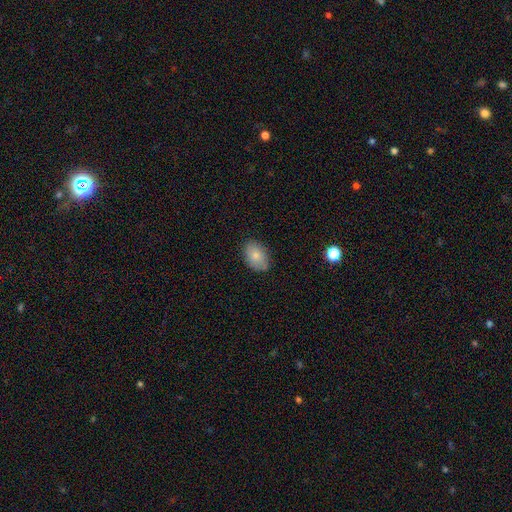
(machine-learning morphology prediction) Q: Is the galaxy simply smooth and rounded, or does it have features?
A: smooth — 81%.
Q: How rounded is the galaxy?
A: in between — 87%.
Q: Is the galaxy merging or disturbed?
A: none — 83%.